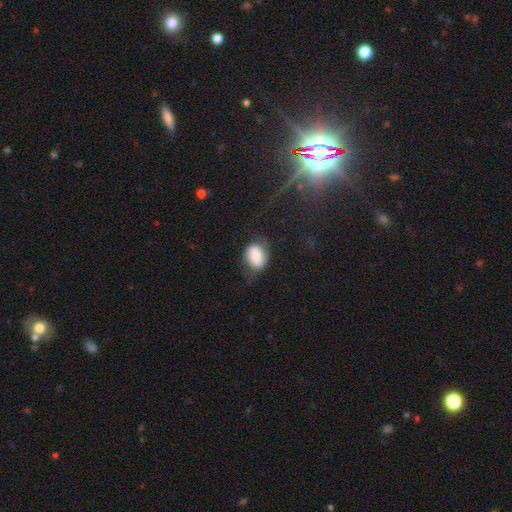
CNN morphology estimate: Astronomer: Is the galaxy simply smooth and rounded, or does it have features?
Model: smooth — 63%.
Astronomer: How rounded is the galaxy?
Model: in between — 71%.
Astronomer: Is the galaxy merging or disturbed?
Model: none — 52% (runner-up: minor disturbance, 30%).